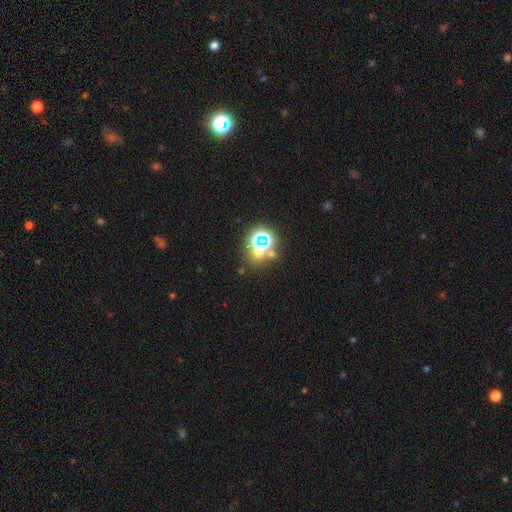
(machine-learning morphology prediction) type=star or artifact (57%).